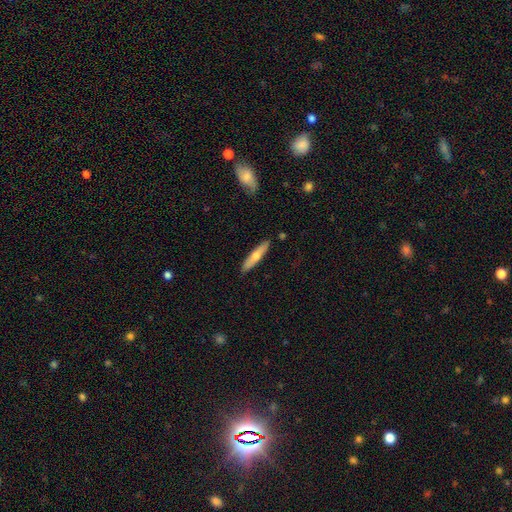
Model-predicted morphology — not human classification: Q: Smooth or featured?
A: smooth (51%); runner-up: featured or disk (43%)
Q: How rounded?
A: cigar-shaped (87%); runner-up: in between (11%)
Q: Merging?
A: none (89%); runner-up: minor disturbance (8%)